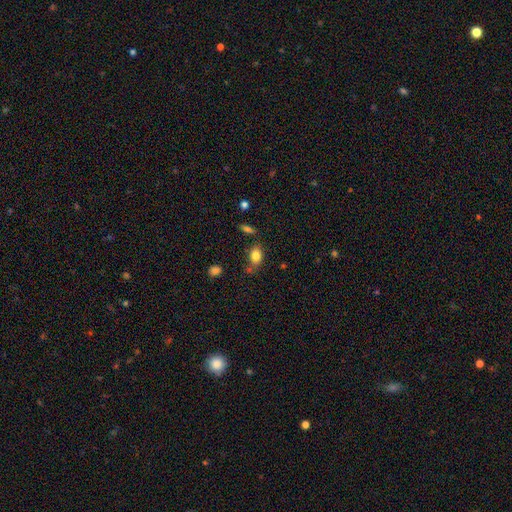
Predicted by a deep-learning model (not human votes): A smooth galaxy with no disk features (82%) that is in between round and cigar-shaped (80%). Merging: none (70%).